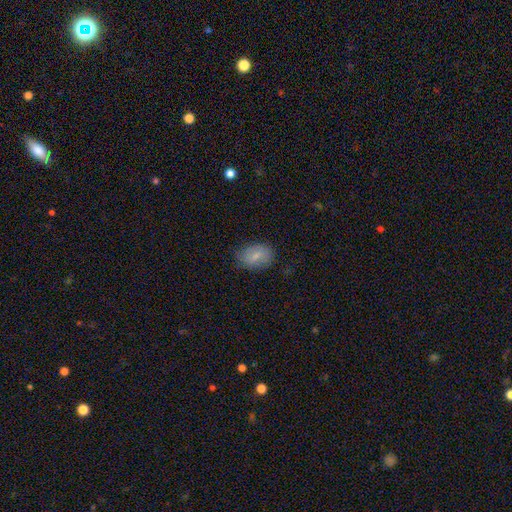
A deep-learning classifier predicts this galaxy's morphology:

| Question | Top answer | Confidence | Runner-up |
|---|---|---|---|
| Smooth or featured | smooth | 74% | featured or disk (19%) |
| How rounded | in between | 78% | round (21%) |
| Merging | none | 74% | minor disturbance (20%) |